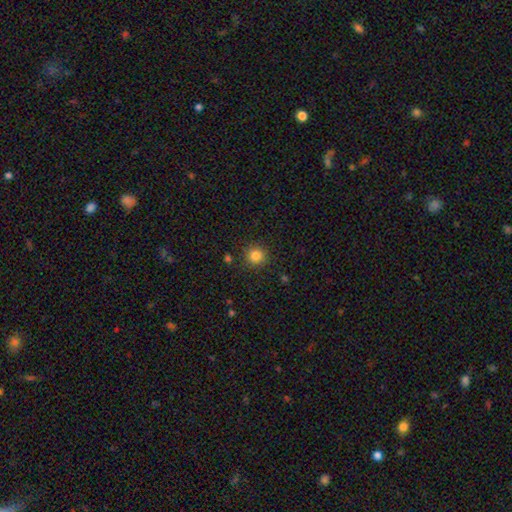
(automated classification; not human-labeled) Smooth or featured? smooth (83%)
How rounded? round (94%)
Merging? none (90%)